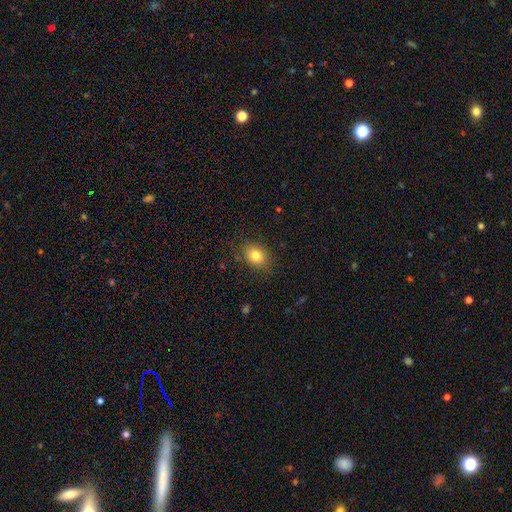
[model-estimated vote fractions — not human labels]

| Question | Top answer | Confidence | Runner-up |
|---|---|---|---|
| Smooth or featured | smooth | 80% | star or artifact (11%) |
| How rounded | in between | 56% | round (43%) |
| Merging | none | 82% | minor disturbance (13%) |